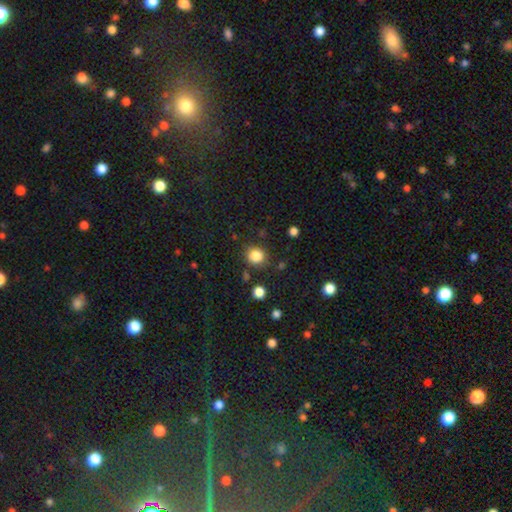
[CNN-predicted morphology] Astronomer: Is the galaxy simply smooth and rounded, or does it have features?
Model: smooth — 85%.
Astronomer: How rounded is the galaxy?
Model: round — 85%.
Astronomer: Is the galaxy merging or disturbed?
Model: none — 83%.